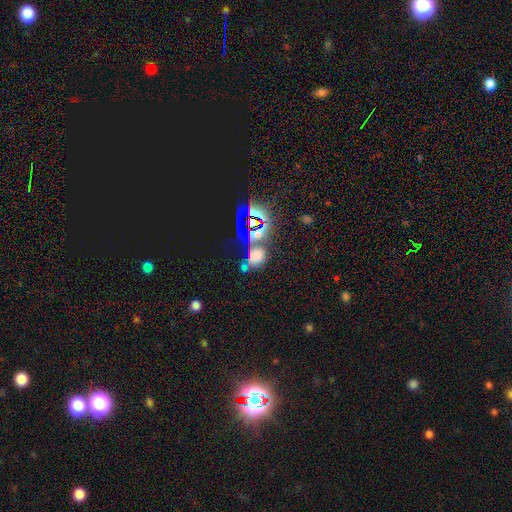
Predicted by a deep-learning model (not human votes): smooth-or-featured: star or artifact: 47% | smooth: 43% | featured or disk: 10%